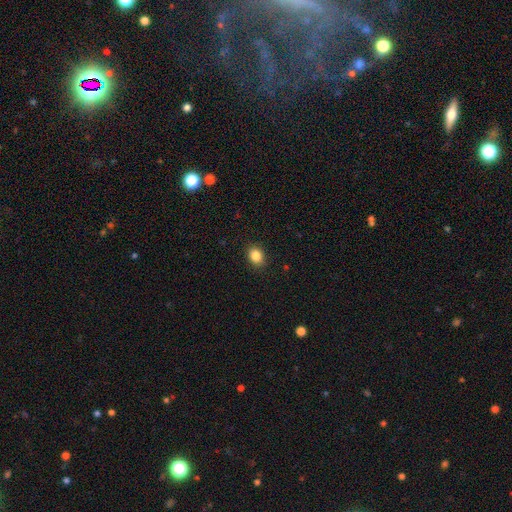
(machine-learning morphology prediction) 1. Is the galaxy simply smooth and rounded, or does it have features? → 86% smooth, 10% star or artifact, 5% featured or disk.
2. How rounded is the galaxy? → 54% in between, 45% round, 1% cigar-shaped.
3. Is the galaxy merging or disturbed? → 90% none, 7% minor disturbance, 2% major disturbance, 1% merger.